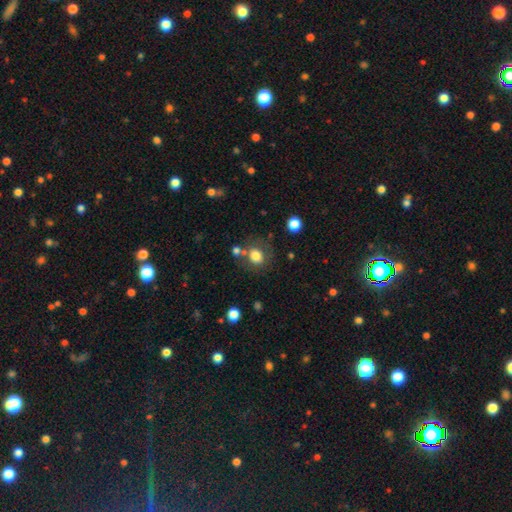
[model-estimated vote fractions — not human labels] smooth-or-featured: smooth: 78% | star or artifact: 12% | featured or disk: 10%
  how-rounded: round: 70% | in between: 29% | cigar-shaped: 1%
  merging: none: 65% | minor disturbance: 14% | merger: 13% | major disturbance: 7%